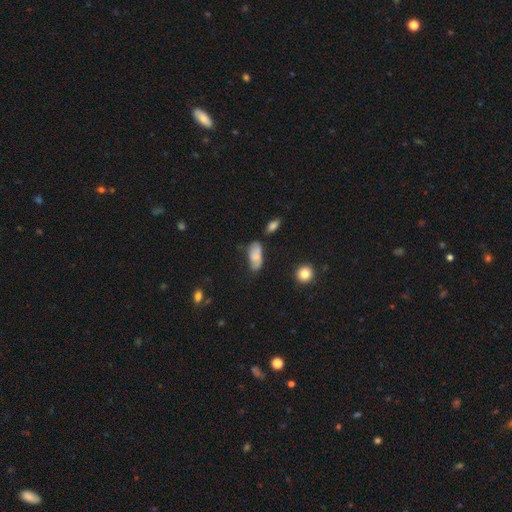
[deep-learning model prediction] Overall: smooth (72%). How rounded: in between (89%). Merging: none (56%; minor disturbance 30%).